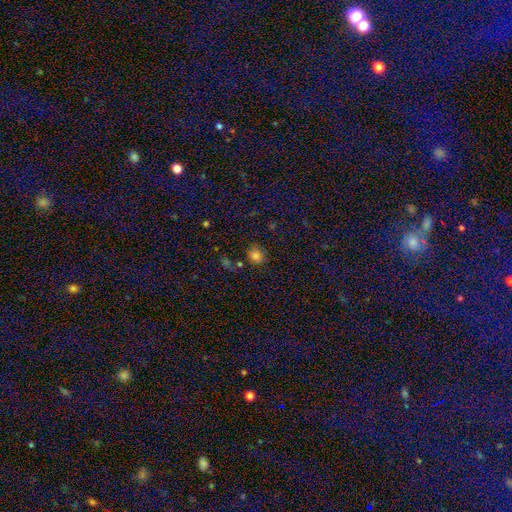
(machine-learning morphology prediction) Smooth or featured: smooth — 77% (star or artifact — 16%)
How rounded: round — 76% (in between — 23%)
Merging: none — 76% (minor disturbance — 14%)